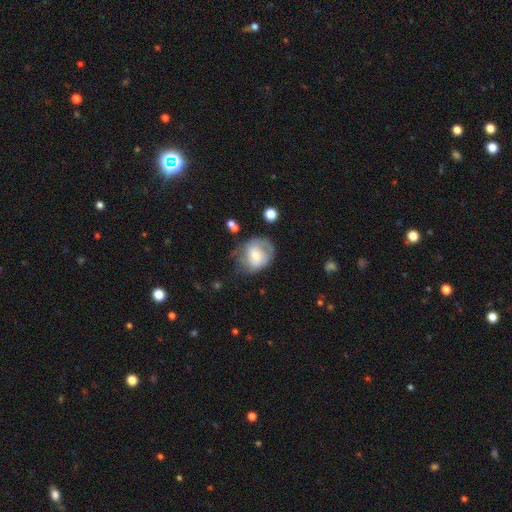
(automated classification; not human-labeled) Q: Smooth or featured?
A: featured or disk (51%); runner-up: smooth (42%)
Q: Edge-on disk?
A: no (96%); runner-up: yes (4%)
Q: Merging?
A: none (47%); runner-up: minor disturbance (27%)